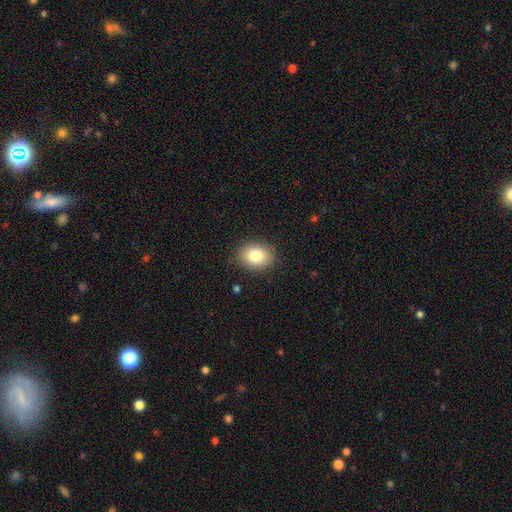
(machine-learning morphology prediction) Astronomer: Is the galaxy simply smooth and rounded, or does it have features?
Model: smooth — 81%.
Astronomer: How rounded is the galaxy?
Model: in between — 58% (runner-up: round, 41%).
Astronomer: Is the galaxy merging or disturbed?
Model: none — 88%.